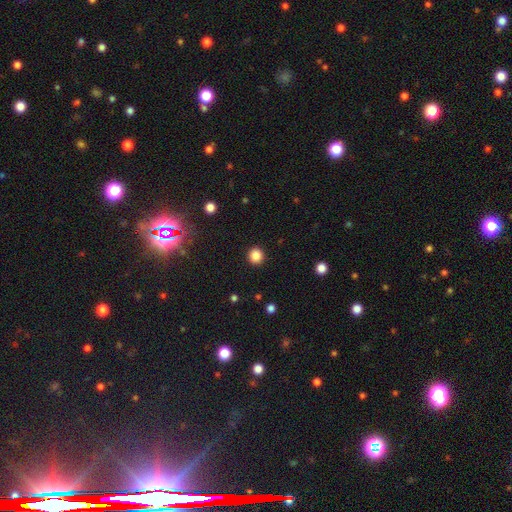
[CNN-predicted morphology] A smooth galaxy with no disk features (85%) that is round (94%). Merging: none (93%).